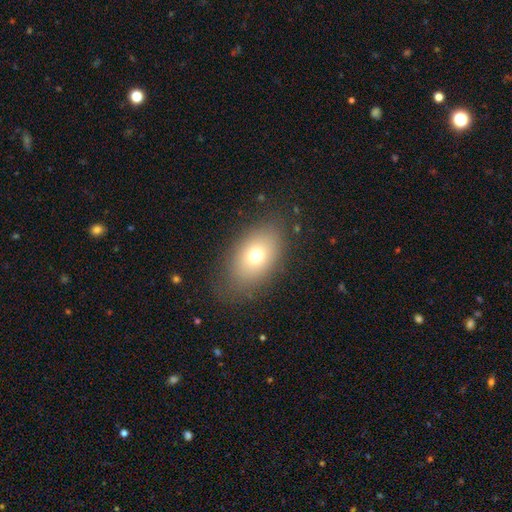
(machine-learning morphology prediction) Smooth or featured?
  - smooth: 71% *
  - featured or disk: 17%
  - star or artifact: 12%
How rounded?
  - in between: 84% *
  - round: 14%
  - cigar-shaped: 2%
Merging?
  - none: 80% *
  - minor disturbance: 13%
  - major disturbance: 6%
  - merger: 1%